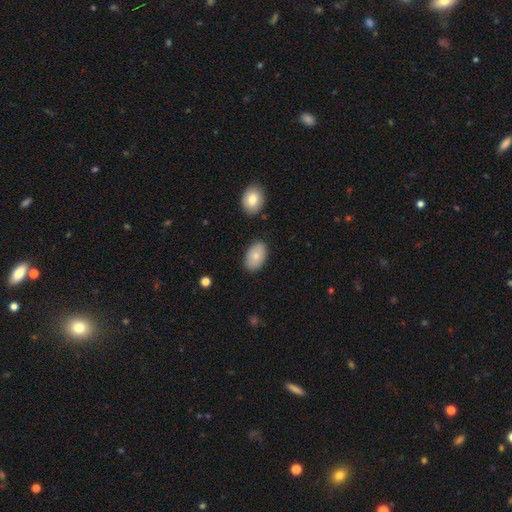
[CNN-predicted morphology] type=smooth (79%); roundness=in between (92%); merging=none (84%).